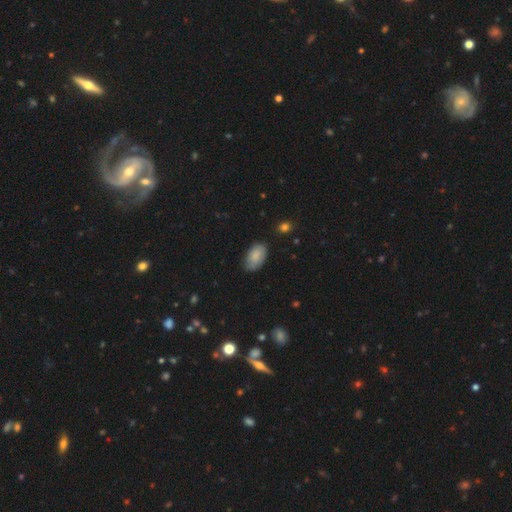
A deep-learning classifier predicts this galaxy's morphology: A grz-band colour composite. It shows a smooth galaxy with no disk features (84%) that is in between round and cigar-shaped (94%). Merging: none (77%).